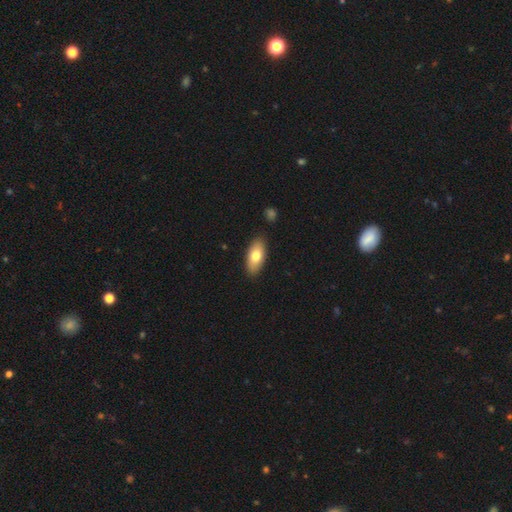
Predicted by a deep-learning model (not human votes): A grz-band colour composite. It shows a smooth galaxy with no disk features (74%) that is in between round and cigar-shaped (89%). Merging: none (87%).